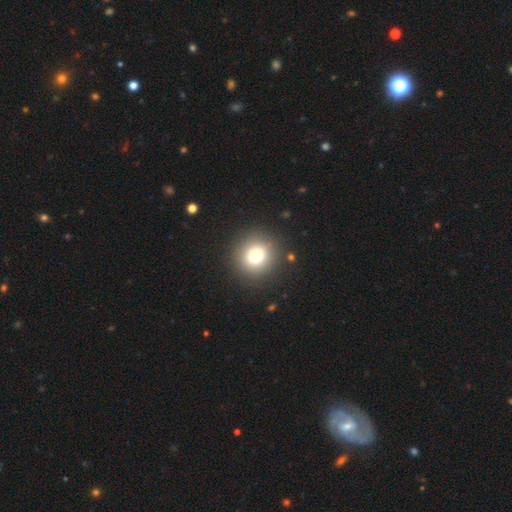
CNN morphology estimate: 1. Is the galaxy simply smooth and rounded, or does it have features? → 78% smooth, 12% star or artifact, 10% featured or disk.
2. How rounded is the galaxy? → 91% round, 8% in between, 1% cigar-shaped.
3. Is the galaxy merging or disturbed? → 89% none, 7% minor disturbance, 3% major disturbance, 2% merger.